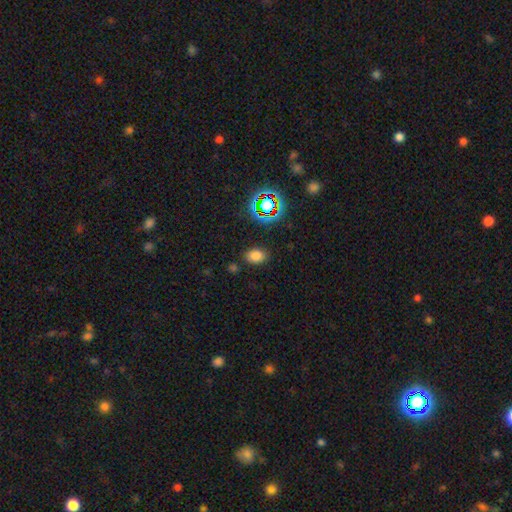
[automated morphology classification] This appears to be a smooth galaxy with no disk features (76%) that is in between round and cigar-shaped (77%). Merging: none (84%).